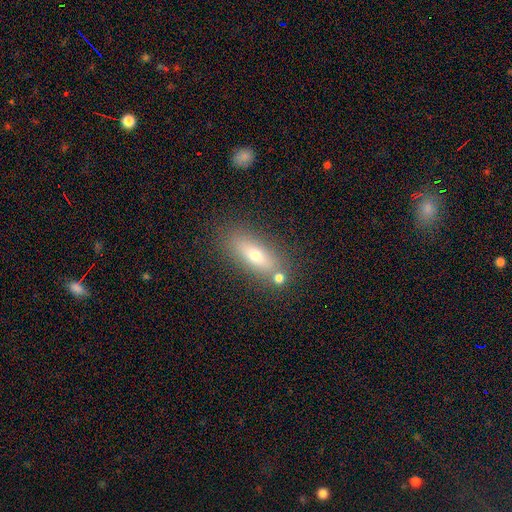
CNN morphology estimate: Smooth or featured? Predicted: smooth (p=0.62). How rounded? Predicted: in between (p=0.58). Merging? Predicted: none (p=0.73).